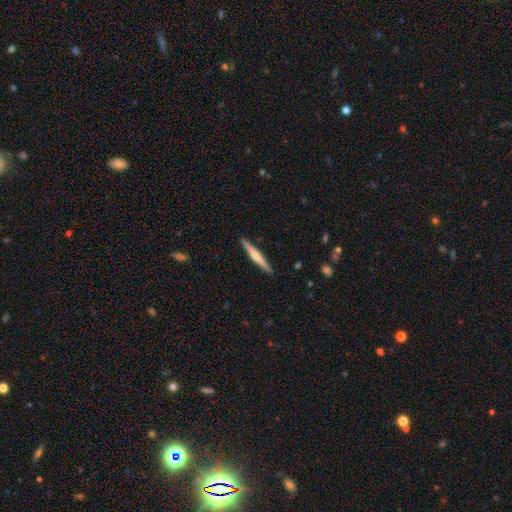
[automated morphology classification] A featured or disk galaxy (55%) viewed edge-on (97%) with a rounded central bulge (72%). Merging: none (91%).